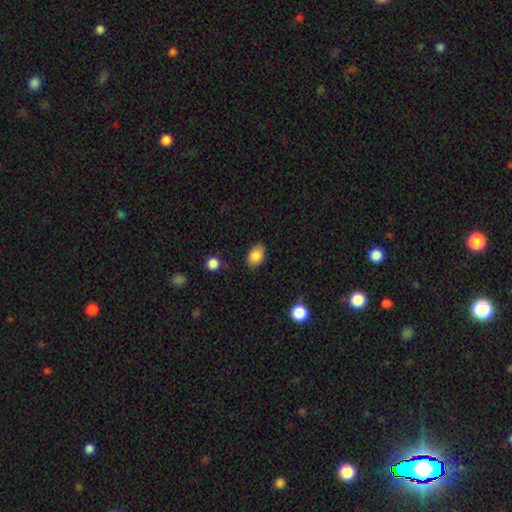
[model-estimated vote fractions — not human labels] Smooth or featured? smooth (87%)
How rounded? in between (84%)
Merging? none (81%)